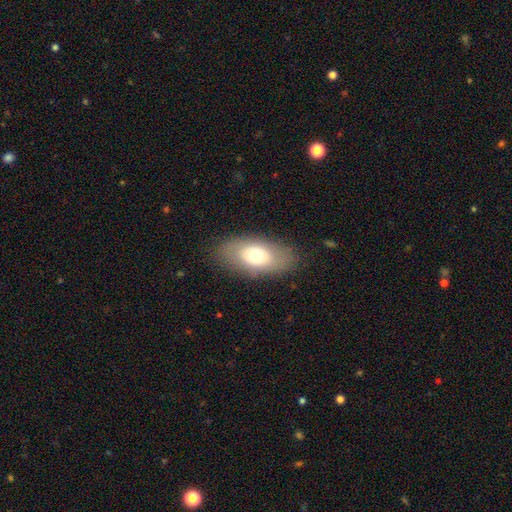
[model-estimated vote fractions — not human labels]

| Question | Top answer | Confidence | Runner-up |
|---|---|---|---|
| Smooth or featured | smooth | 64% | featured or disk (28%) |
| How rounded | in between | 90% | round (7%) |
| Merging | none | 83% | minor disturbance (11%) |